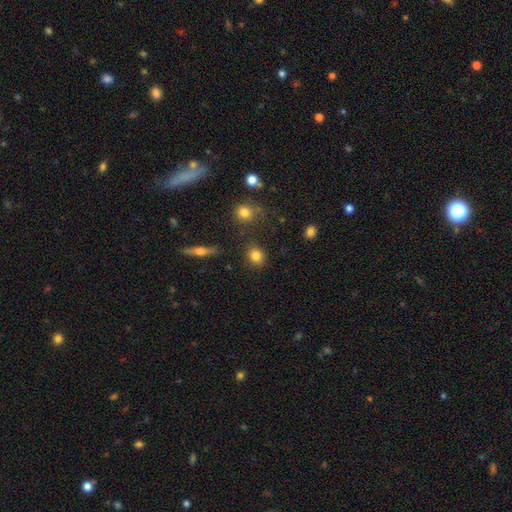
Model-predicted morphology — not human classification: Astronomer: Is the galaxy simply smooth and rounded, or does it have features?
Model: smooth — 83%.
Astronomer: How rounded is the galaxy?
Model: round — 71%.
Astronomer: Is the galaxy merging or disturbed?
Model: none — 84%.